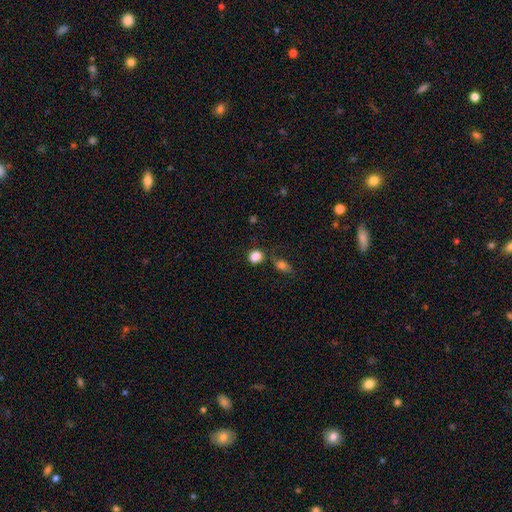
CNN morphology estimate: Smooth or featured?
  - smooth: 84% *
  - star or artifact: 11%
  - featured or disk: 5%
How rounded?
  - round: 70% *
  - in between: 28%
  - cigar-shaped: 1%
Merging?
  - none: 71% *
  - minor disturbance: 14%
  - merger: 10%
  - major disturbance: 5%